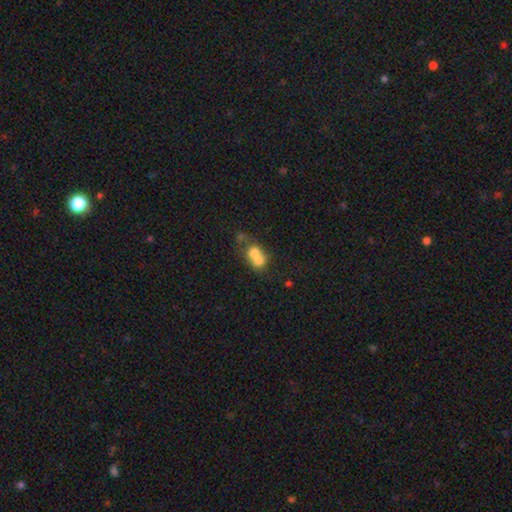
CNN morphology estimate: smooth 67%, featured or disk 22%, star or artifact 11%. Down the decision tree: how rounded — round (65%); merging — merger (70%).